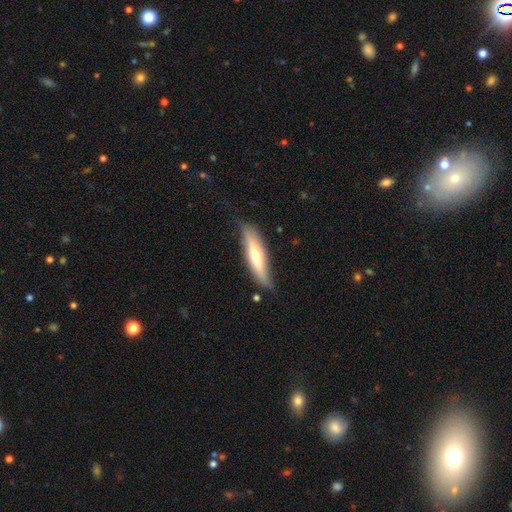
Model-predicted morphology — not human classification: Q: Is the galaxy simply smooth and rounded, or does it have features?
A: smooth — 49%.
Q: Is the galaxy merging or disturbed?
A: none — 73%.